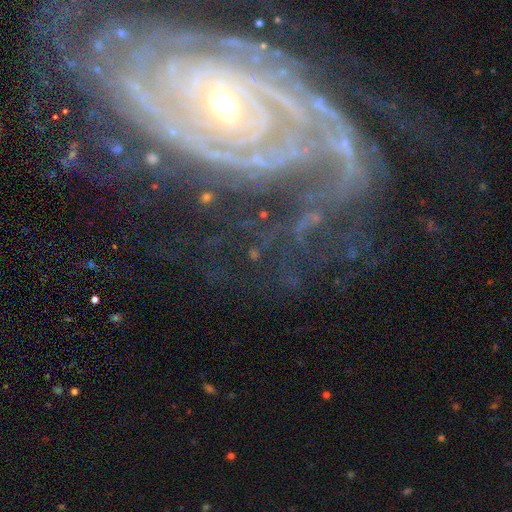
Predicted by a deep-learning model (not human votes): Smooth or featured? featured or disk (90%)
Edge-on disk? no (96%)
Bar? no (54%)
Spiral arms? yes (97%)
Spiral winding? tight (75%)
Spiral arm count? can't tell (24%)
Bulge size? small (56%)
Merging? none (65%)